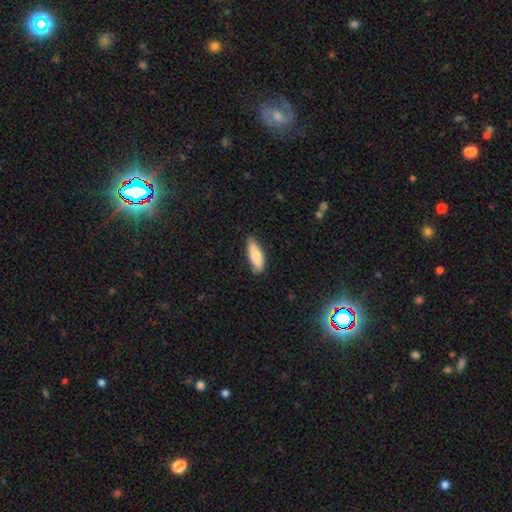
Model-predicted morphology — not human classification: Smooth or featured? smooth (81%)
How rounded? in between (61%)
Merging? none (81%)